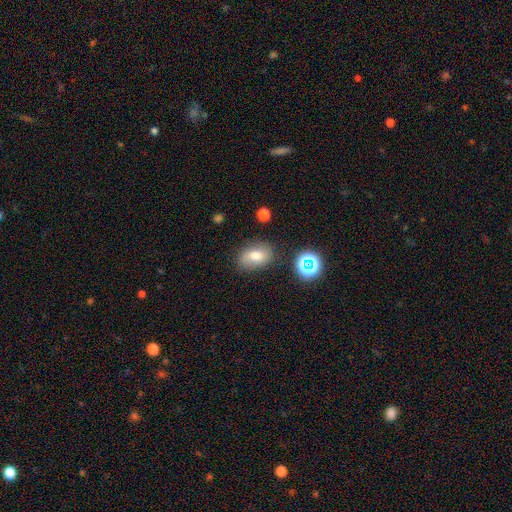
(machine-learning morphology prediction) The model was most divided on "smooth or featured": smooth: 61%, featured or disk: 25%, star or artifact: 14%. More confident: how rounded — in between (78%); merging — none (76%).